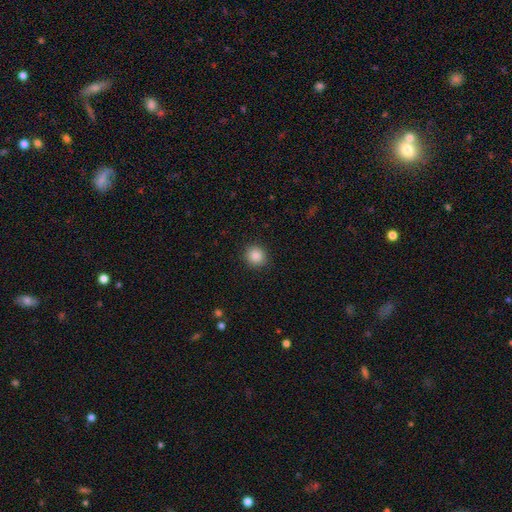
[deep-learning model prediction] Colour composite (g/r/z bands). It shows a smooth galaxy with no disk features (87%) that is round (86%). Merging: none (90%).